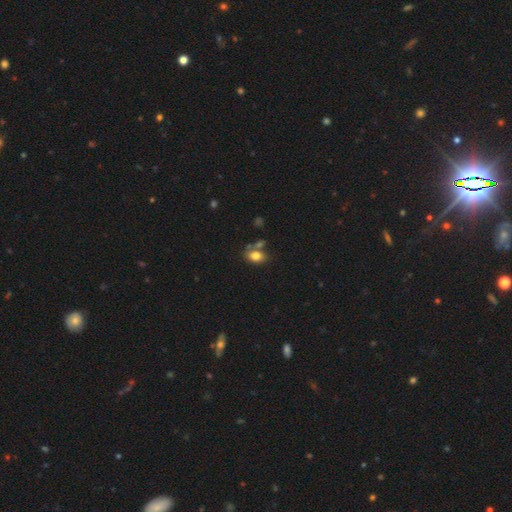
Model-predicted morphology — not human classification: Smooth or featured? smooth (80%)
How rounded? in between (78%)
Merging? none (56%)